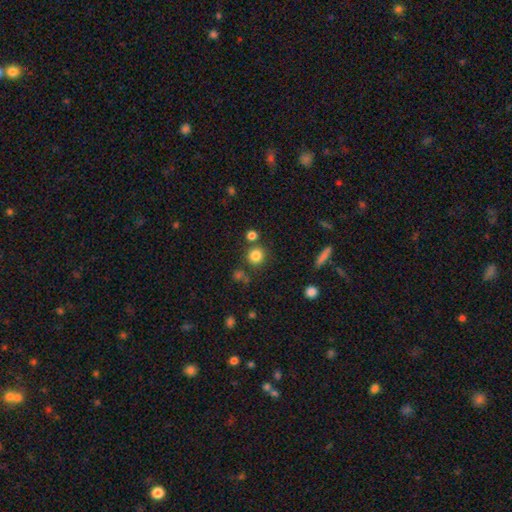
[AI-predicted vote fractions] Smooth or featured?
  - smooth: 82% *
  - star or artifact: 12%
  - featured or disk: 6%
How rounded?
  - round: 92% *
  - in between: 7%
  - cigar-shaped: 1%
Merging?
  - none: 78% *
  - merger: 10%
  - minor disturbance: 8%
  - major disturbance: 3%